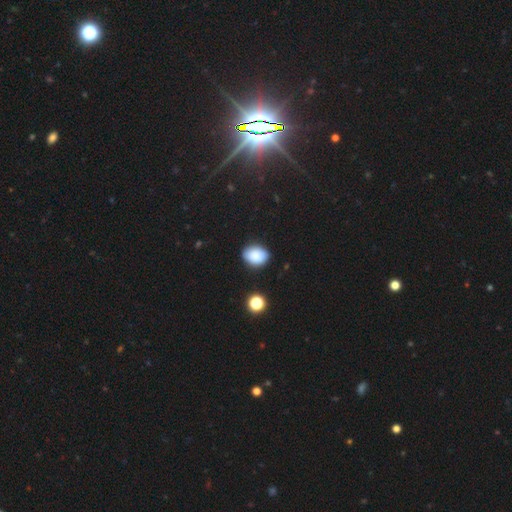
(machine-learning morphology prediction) This appears to be a smooth galaxy with no disk features (86%) that is in between round and cigar-shaped (67%). Merging: none (82%).